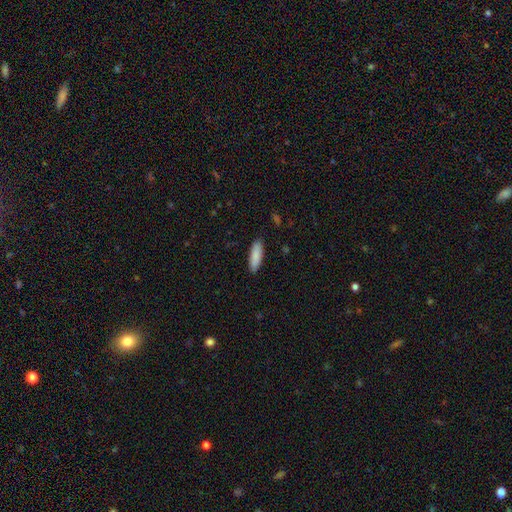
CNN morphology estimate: Smooth or featured?
  - smooth: 88% *
  - featured or disk: 7%
  - star or artifact: 6%
How rounded?
  - in between: 54% *
  - cigar-shaped: 45%
  - round: 2%
Merging?
  - none: 89% *
  - minor disturbance: 8%
  - major disturbance: 2%
  - merger: 1%